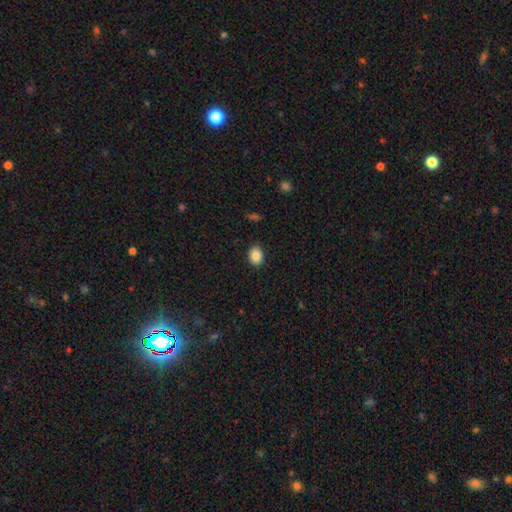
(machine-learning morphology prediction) This appears to be a smooth galaxy with no disk features (88%) that is in between round and cigar-shaped (64%). Merging: none (89%).